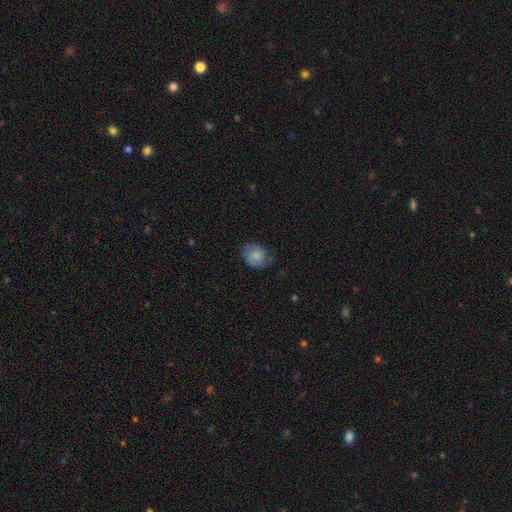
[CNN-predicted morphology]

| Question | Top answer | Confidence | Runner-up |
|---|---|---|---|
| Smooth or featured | smooth | 66% | featured or disk (26%) |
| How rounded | round | 65% | in between (34%) |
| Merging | none | 64% | minor disturbance (26%) |